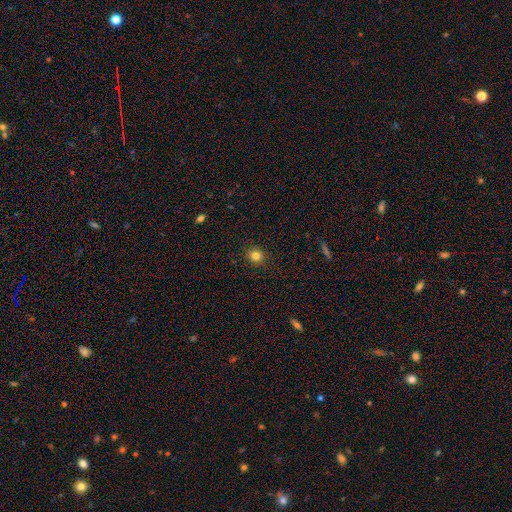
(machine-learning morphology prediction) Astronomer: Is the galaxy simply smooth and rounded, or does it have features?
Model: smooth — 81%.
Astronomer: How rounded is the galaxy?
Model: round — 87%.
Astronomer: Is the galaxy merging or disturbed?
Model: none — 91%.